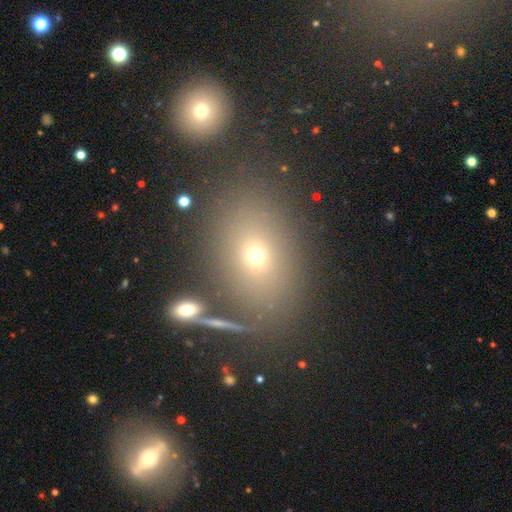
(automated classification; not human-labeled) Smooth or featured? Predicted: smooth (p=0.61). How rounded? Predicted: in between (p=0.63). Merging? Predicted: none (p=0.76).